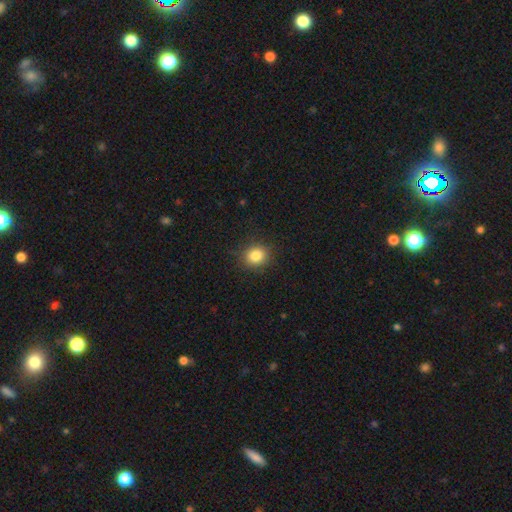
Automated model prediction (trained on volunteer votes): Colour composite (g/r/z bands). It shows a smooth galaxy with no disk features (84%) that is round (78%). Merging: none (89%).